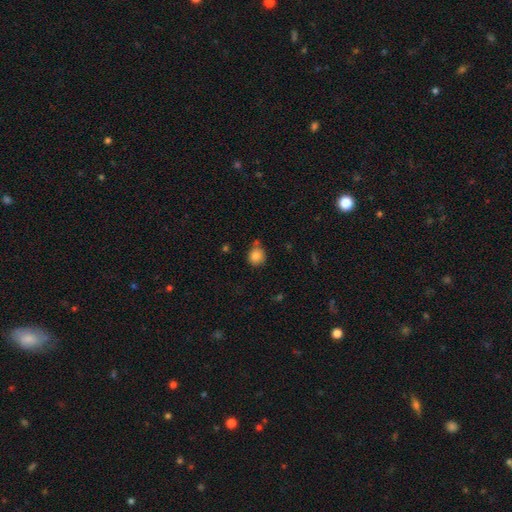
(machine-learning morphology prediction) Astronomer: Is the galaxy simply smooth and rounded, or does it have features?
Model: smooth — 83%.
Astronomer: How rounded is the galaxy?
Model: round — 80%.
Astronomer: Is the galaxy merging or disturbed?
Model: none — 66%.